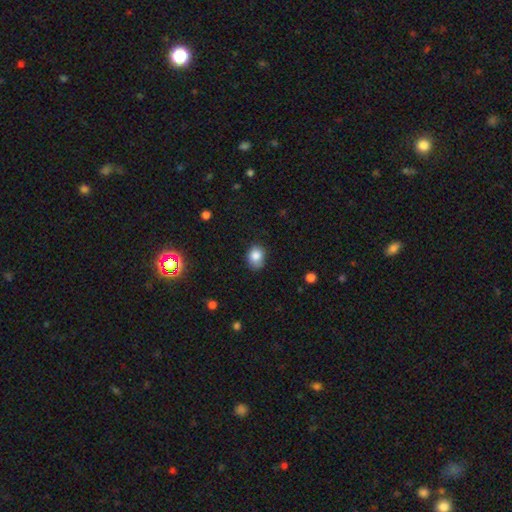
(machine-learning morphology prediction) Smooth or featured? smooth (84%)
How rounded? in between (52%)
Merging? none (69%)